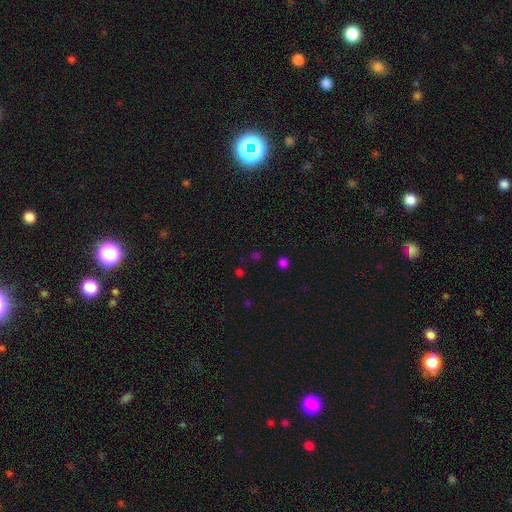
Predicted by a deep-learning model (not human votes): smooth_or_featured: smooth (p=0.52) [alt: star or artifact p=0.43]
how_rounded: round (p=0.82) [alt: in between p=0.17]
merging: none (p=0.80) [alt: minor disturbance p=0.09]